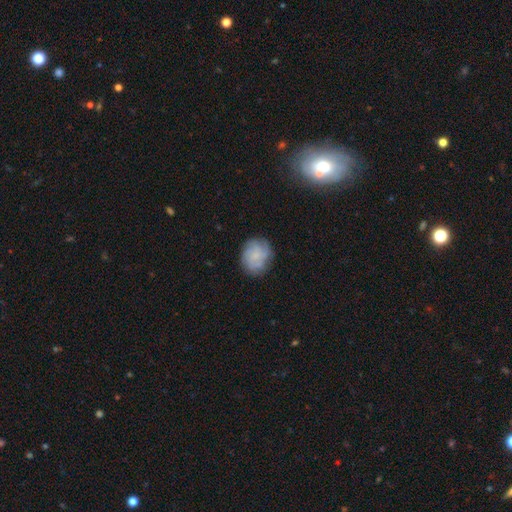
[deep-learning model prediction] This is possibly a featured or disk galaxy (47%). Merging: likely none (75%).